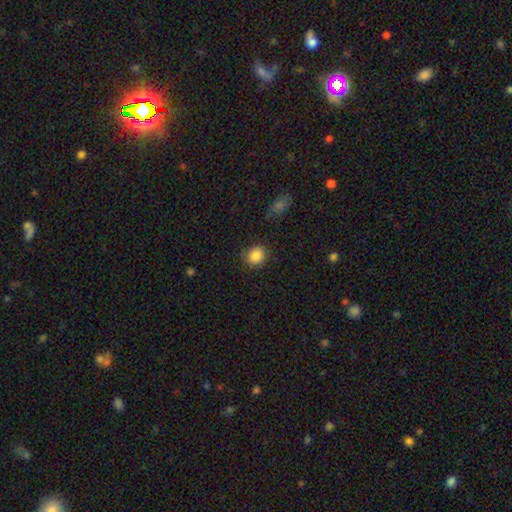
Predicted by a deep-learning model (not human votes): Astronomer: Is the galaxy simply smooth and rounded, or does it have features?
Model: smooth — 87%.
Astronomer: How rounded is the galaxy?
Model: round — 81%.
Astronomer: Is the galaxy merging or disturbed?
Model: none — 80%.